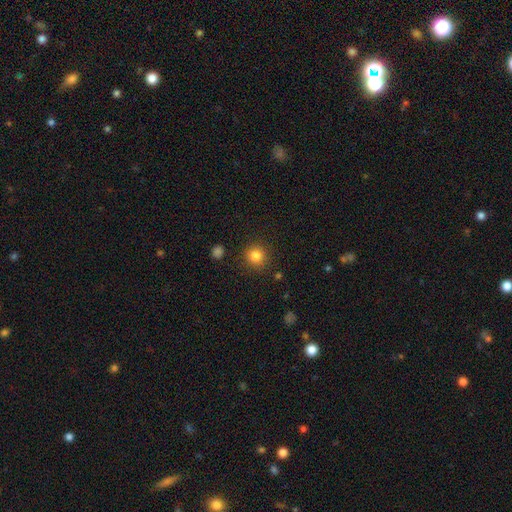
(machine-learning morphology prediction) Smooth or featured? Predicted: smooth (p=0.84). How rounded? Predicted: round (p=0.93). Merging? Predicted: none (p=0.89).